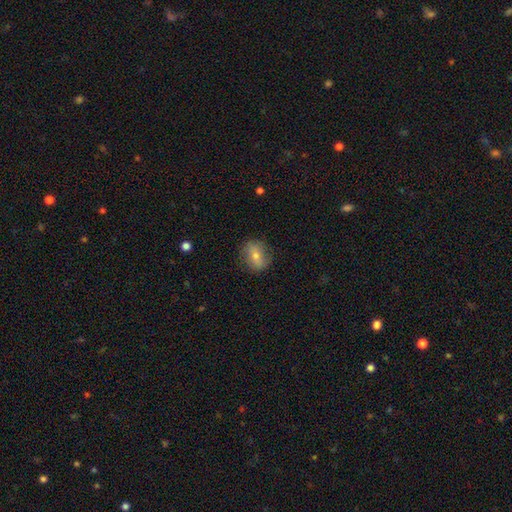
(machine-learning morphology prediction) Q: Smooth or featured?
A: smooth (57%); runner-up: featured or disk (32%)
Q: How rounded?
A: in between (55%); runner-up: round (43%)
Q: Merging?
A: none (80%); runner-up: minor disturbance (14%)